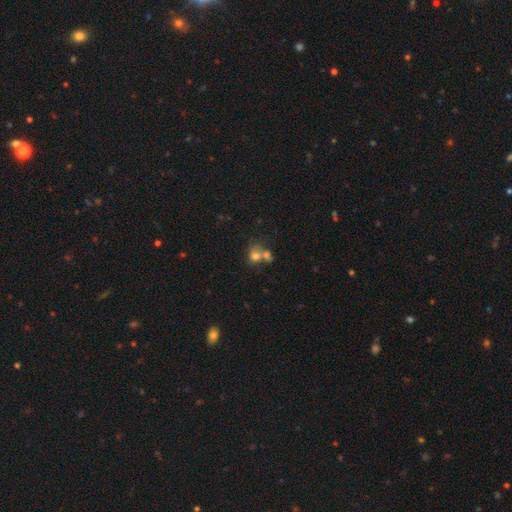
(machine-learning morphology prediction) type=smooth (72%); roundness=round (60%); merging=merger (56%).